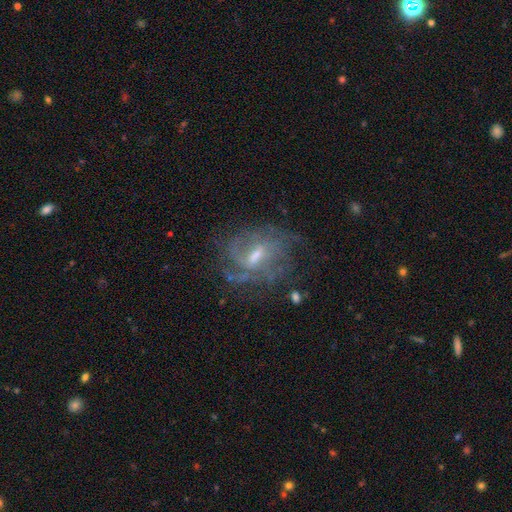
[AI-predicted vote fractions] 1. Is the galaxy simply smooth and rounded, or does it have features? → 77% featured or disk, 14% smooth, 9% star or artifact.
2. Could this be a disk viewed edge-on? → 96% no, 4% yes.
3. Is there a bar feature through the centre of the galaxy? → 59% weak, 23% no, 18% strong.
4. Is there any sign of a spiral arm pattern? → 78% yes, 22% no.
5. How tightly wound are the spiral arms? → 41% medium, 36% tight, 23% loose.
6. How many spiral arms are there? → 46% can't tell, 21% 2, 14% 3, 8% 4, 6% 1, 4% more than 4.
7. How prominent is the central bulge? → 46% moderate, 42% small, 7% none, 4% large, 1% dominant.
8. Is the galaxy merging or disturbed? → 54% none, 22% major disturbance, 22% minor disturbance, 3% merger.